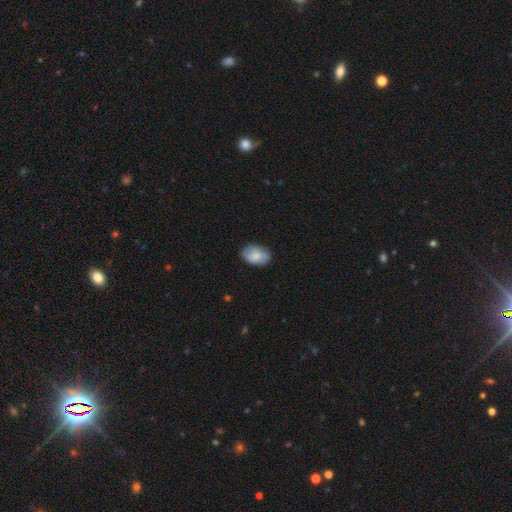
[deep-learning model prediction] A smooth galaxy with no disk features (79%) that is in between round and cigar-shaped (83%). Merging: none (79%).